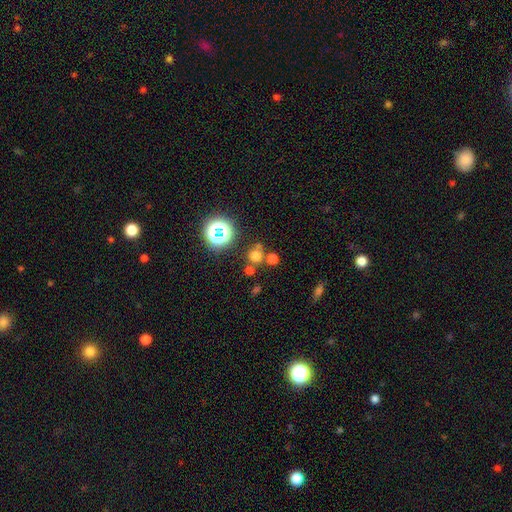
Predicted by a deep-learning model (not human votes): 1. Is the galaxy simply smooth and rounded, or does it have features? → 64% smooth, 28% star or artifact, 8% featured or disk.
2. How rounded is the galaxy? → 91% round, 8% in between, 1% cigar-shaped.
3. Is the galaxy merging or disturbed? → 68% none, 21% merger, 8% minor disturbance, 4% major disturbance.